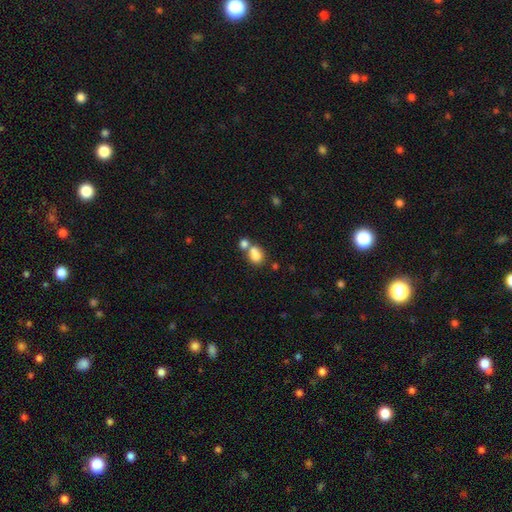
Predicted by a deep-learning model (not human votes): smooth_or_featured: smooth (p=0.78) [alt: featured or disk p=0.12]
how_rounded: round (p=0.50) [alt: in between p=0.49]
merging: merger (p=0.51) [alt: none p=0.35]